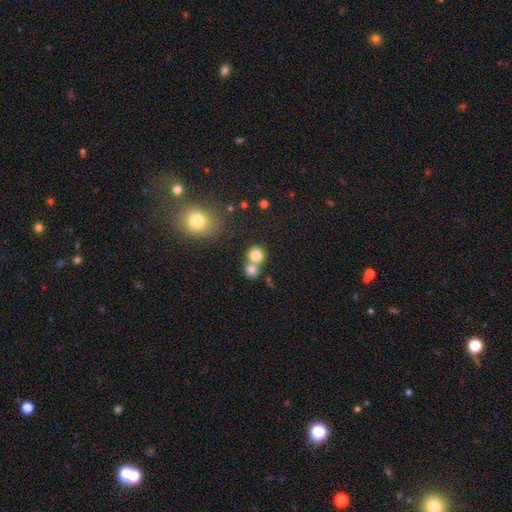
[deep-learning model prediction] Smooth or featured? Predicted: smooth (p=0.81). How rounded? Predicted: round (p=0.86). Merging? Predicted: none (p=0.49).